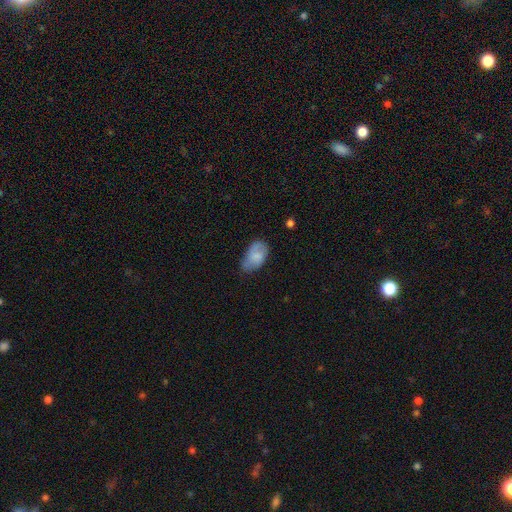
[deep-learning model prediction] The model was most divided on "merging": none: 53%, minor disturbance: 34%, major disturbance: 10%, merger: 2%. More confident: how rounded — in between (93%); smooth or featured — smooth (74%).